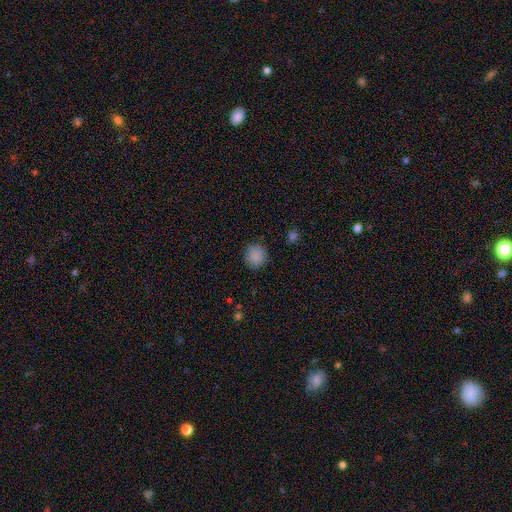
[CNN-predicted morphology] Overall: smooth (86%). How rounded: round (89%). Merging: none (87%).